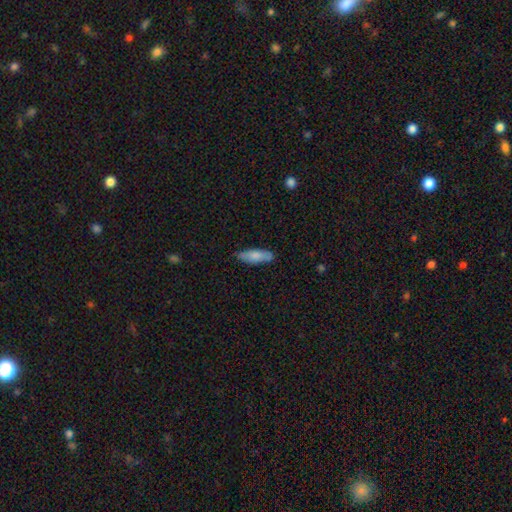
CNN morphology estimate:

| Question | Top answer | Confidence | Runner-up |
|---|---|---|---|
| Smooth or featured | smooth | 79% | featured or disk (15%) |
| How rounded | in between | 53% | cigar-shaped (45%) |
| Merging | none | 80% | minor disturbance (16%) |